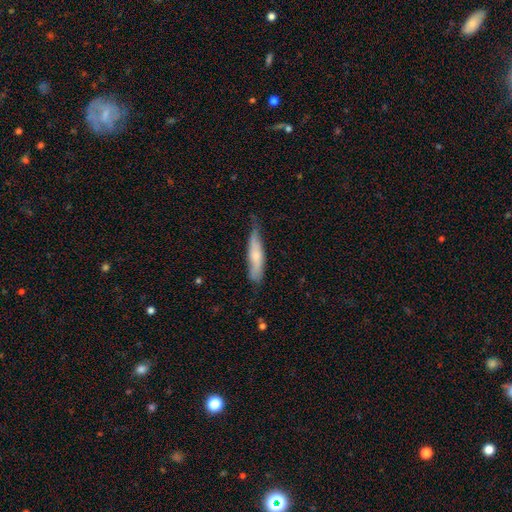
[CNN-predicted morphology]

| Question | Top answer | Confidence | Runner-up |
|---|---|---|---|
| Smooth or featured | smooth | 61% | featured or disk (34%) |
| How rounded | cigar-shaped | 79% | in between (19%) |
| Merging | none | 57% | minor disturbance (35%) |